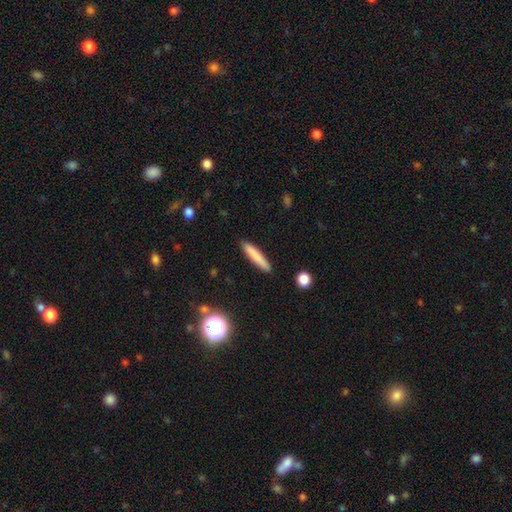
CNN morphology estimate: A smooth galaxy with no disk features (81%) that is cigar-shaped (90%).

Vote fractions:
- Smooth or featured? smooth: 81% / featured or disk: 12% / star or artifact: 7%
- How rounded? cigar-shaped: 90% / in between: 9% / round: 1%
- Merging? none: 90% / minor disturbance: 7% / major disturbance: 2% / merger: 1%